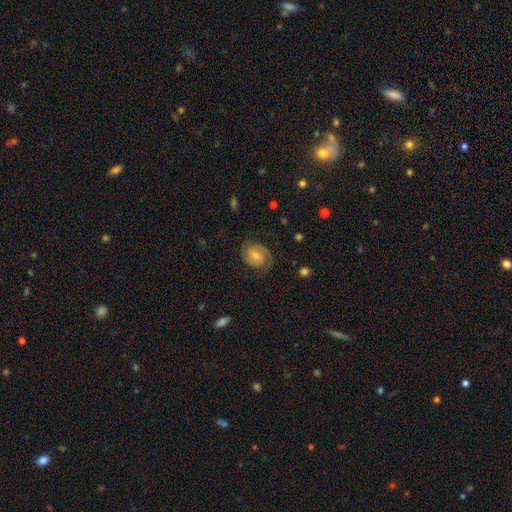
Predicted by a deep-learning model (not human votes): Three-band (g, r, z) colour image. It shows a featured or disk galaxy (60%) with no bar (58%), 2 (71%) tight (49%) spiral arms (89%) and a moderate central bulge (50%). Merging: none (71%).